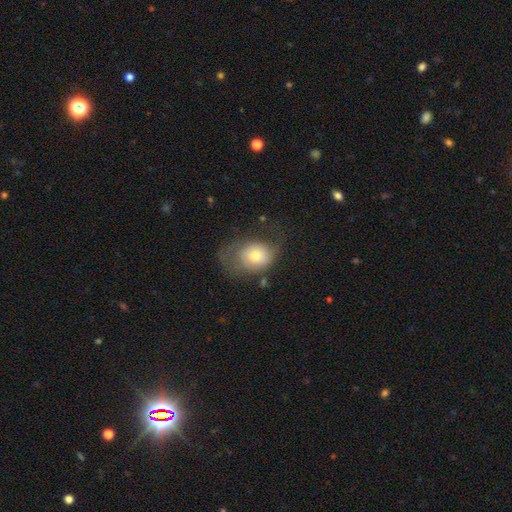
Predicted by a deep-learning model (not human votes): smooth-or-featured: smooth: 63% | featured or disk: 28% | star or artifact: 9%
  how-rounded: in between: 59% | round: 40% | cigar-shaped: 1%
  merging: major disturbance: 36% | none: 34% | minor disturbance: 28% | merger: 3%